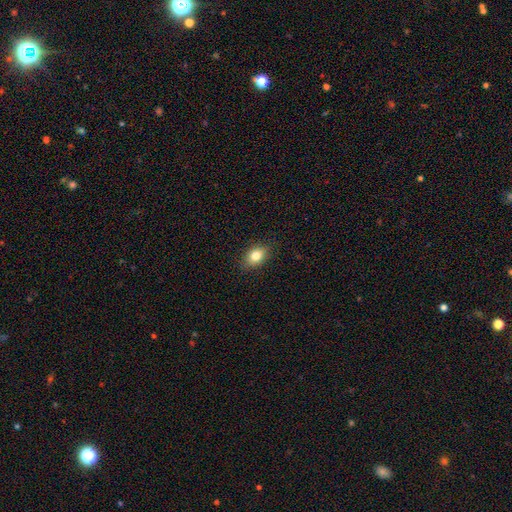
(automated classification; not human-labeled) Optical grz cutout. It shows a smooth galaxy with no disk features (81%) that is in between round and cigar-shaped (77%). Merging: none (87%).